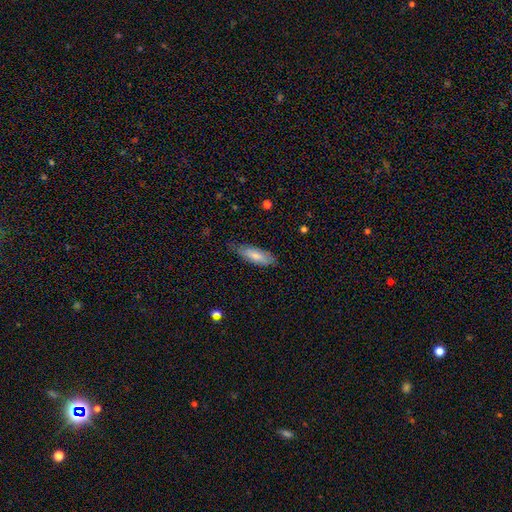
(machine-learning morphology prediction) Smooth or featured? smooth (78%)
How rounded? in between (57%)
Merging? none (69%)